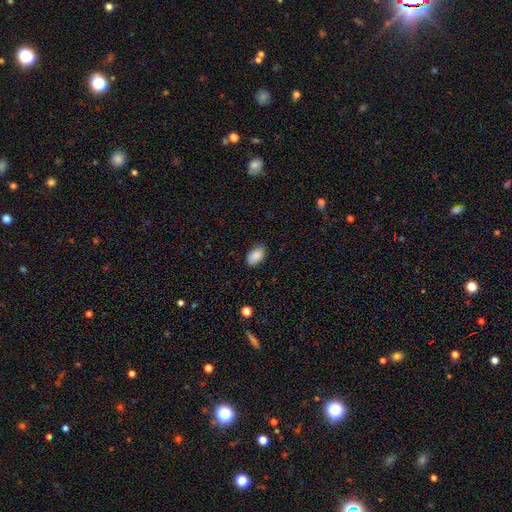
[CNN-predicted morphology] Overall: smooth (87%). How rounded: in between (92%). Merging: none (79%).